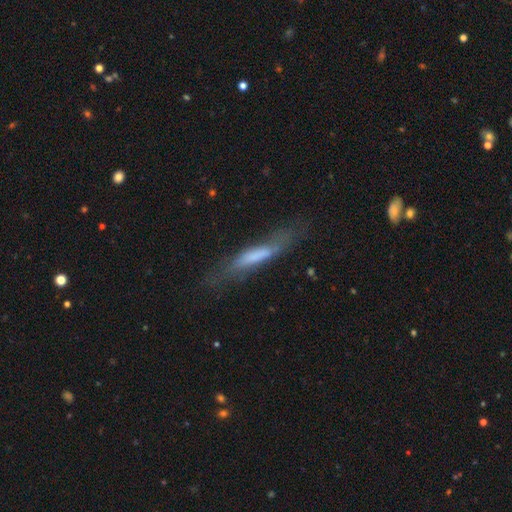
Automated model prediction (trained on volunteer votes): This is possibly a smooth galaxy (53%). How rounded: clearly cigar-shaped (86%). Merging: possibly none (59%).